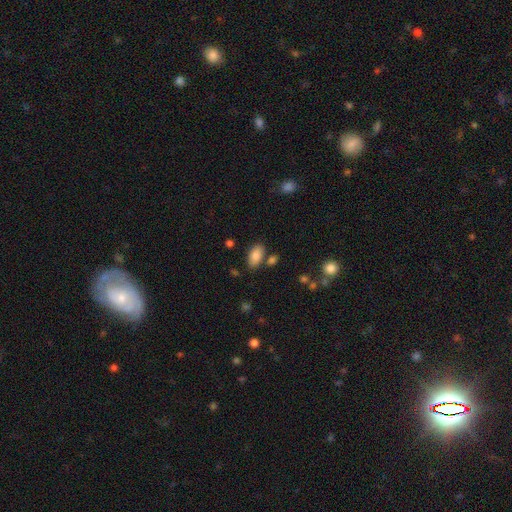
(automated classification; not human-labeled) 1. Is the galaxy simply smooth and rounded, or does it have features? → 86% smooth, 8% star or artifact, 6% featured or disk.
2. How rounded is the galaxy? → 94% in between, 4% round, 2% cigar-shaped.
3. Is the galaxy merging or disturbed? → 76% none, 13% minor disturbance, 8% merger, 3% major disturbance.